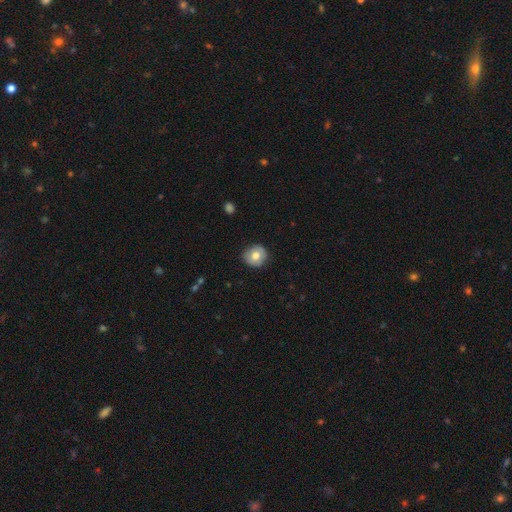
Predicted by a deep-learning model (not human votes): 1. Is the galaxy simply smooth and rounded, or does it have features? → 71% smooth, 21% featured or disk, 8% star or artifact.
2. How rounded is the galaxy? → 85% round, 14% in between, 1% cigar-shaped.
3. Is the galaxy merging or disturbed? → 85% none, 12% minor disturbance, 2% major disturbance, 1% merger.